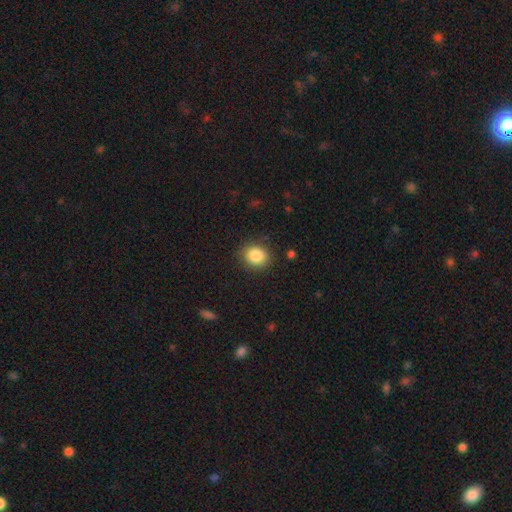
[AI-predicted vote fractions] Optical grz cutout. It shows a smooth galaxy with no disk features (85%) that is round (72%). Merging: none (87%).